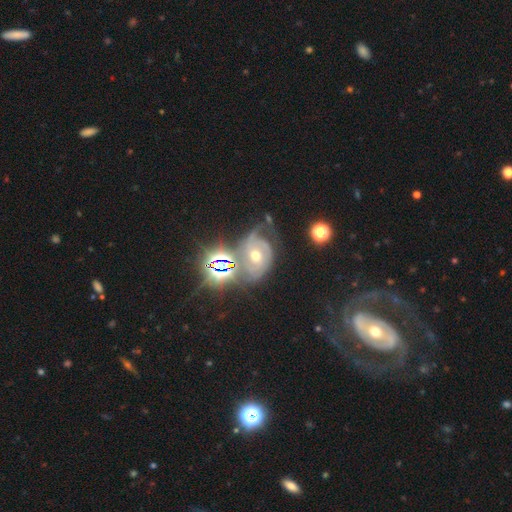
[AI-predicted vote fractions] featured or disk 61%, star or artifact 25%, smooth 14%. Down the decision tree: edge-on disk — no (96%); bar — no (65%); spiral arms — yes (85%); spiral arm count — 2 (39%); spiral winding — tight (43%); bulge size — moderate (72%); merging — none (38%).